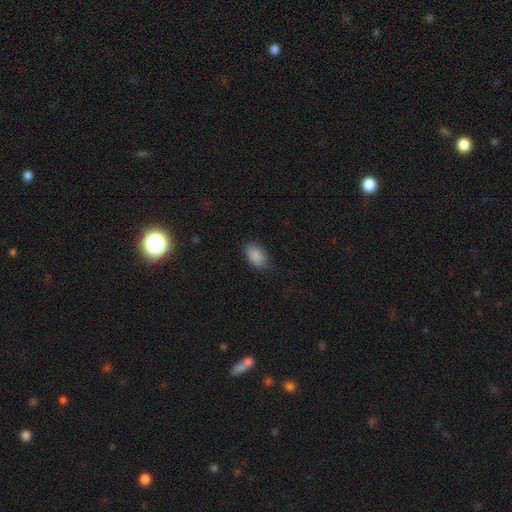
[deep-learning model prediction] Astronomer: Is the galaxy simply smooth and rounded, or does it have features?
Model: smooth — 89%.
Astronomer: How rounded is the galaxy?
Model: in between — 91%.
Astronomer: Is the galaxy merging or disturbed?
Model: none — 81%.